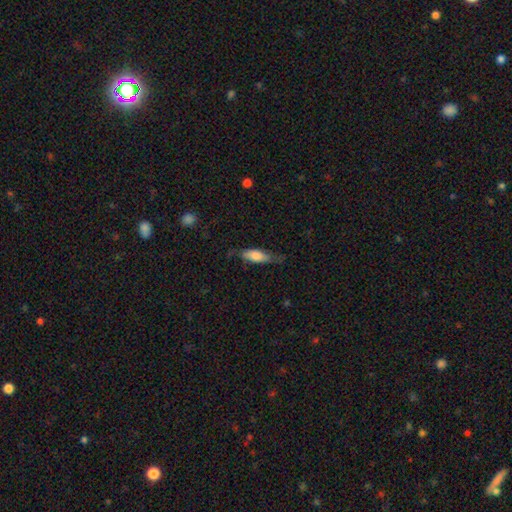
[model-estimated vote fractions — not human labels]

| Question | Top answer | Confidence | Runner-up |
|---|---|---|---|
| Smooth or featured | smooth | 73% | featured or disk (21%) |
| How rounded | in between | 61% | cigar-shaped (37%) |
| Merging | none | 54% | minor disturbance (33%) |